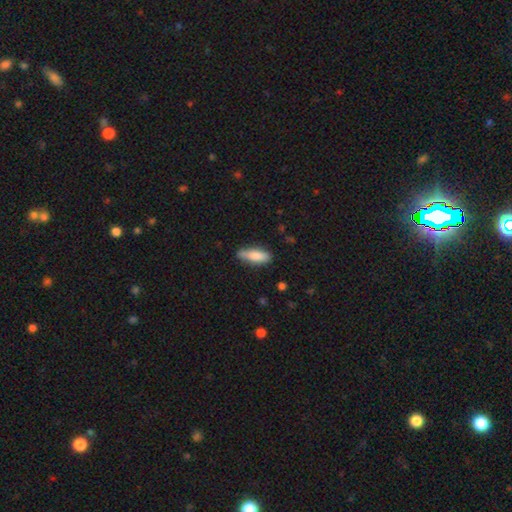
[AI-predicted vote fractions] smooth_or_featured: smooth (p=0.81) [alt: featured or disk p=0.13]
how_rounded: in between (p=0.58) [alt: cigar-shaped p=0.40]
merging: none (p=0.76) [alt: minor disturbance p=0.19]